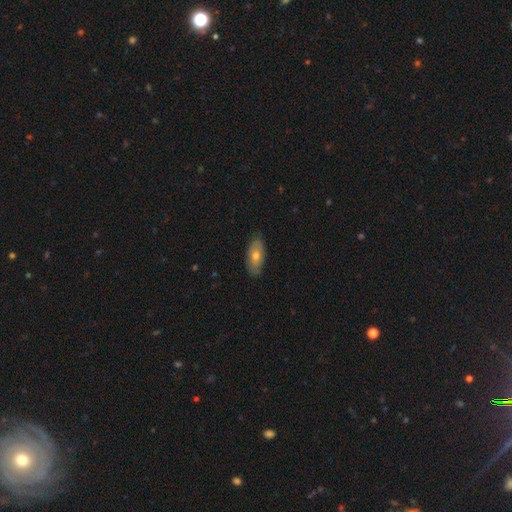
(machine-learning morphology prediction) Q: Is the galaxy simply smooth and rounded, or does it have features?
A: smooth — 61%.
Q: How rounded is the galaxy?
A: in between — 81%.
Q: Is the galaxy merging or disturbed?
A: none — 86%.